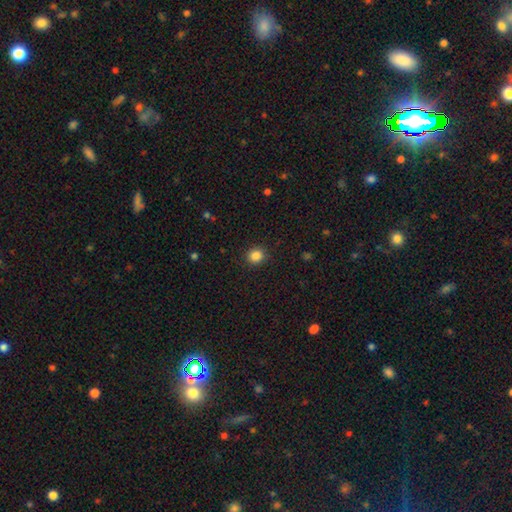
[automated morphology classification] Overall: smooth (85%). How rounded: round (86%). Merging: none (91%).